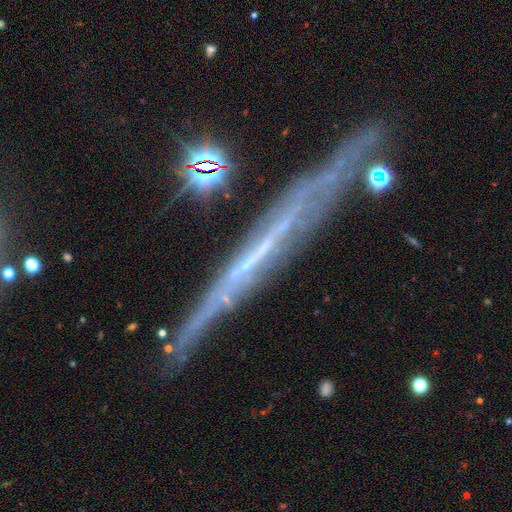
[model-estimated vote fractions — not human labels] This appears to be a featured or disk galaxy (75%) viewed edge-on (88%) with no central bulge (88%). Merging: none (70%).